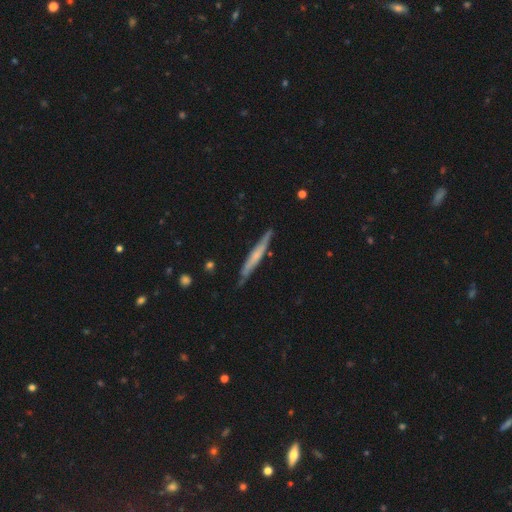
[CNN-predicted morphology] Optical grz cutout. It shows a featured or disk galaxy (54%) viewed edge-on (94%) with no central bulge (58%). Merging: none (83%).